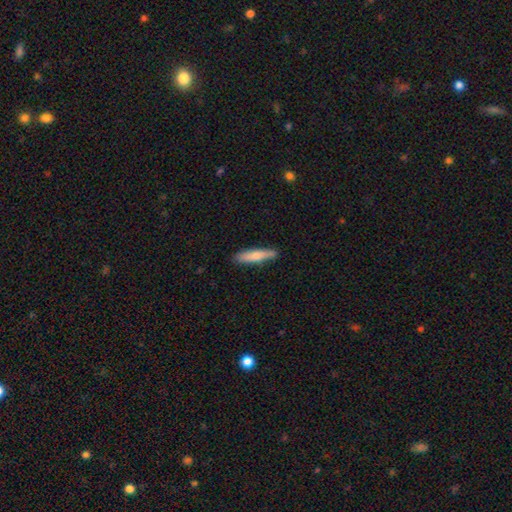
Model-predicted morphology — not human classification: Q: Smooth or featured?
A: smooth (73%); runner-up: featured or disk (22%)
Q: How rounded?
A: cigar-shaped (81%); runner-up: in between (17%)
Q: Merging?
A: none (83%); runner-up: minor disturbance (13%)